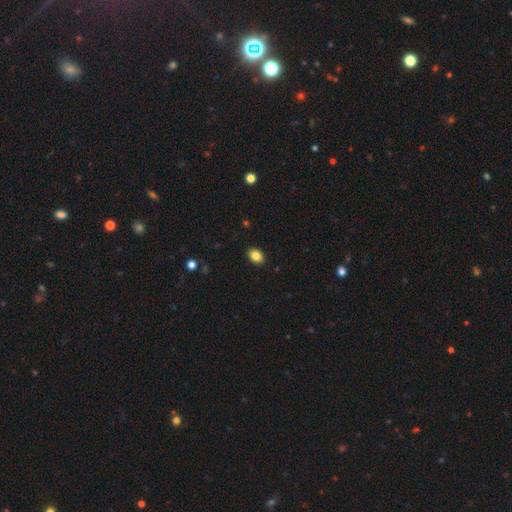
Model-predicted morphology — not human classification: Smooth or featured?
  - smooth: 86% *
  - star or artifact: 9%
  - featured or disk: 6%
How rounded?
  - in between: 76% *
  - round: 23%
  - cigar-shaped: 1%
Merging?
  - none: 90% *
  - minor disturbance: 7%
  - major disturbance: 2%
  - merger: 1%